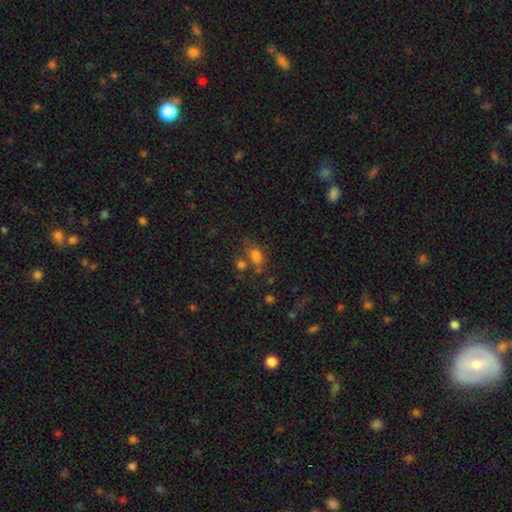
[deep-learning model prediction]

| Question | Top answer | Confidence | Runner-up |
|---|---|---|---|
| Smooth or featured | smooth | 73% | star or artifact (15%) |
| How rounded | in between | 67% | round (30%) |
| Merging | none | 51% | merger (23%) |